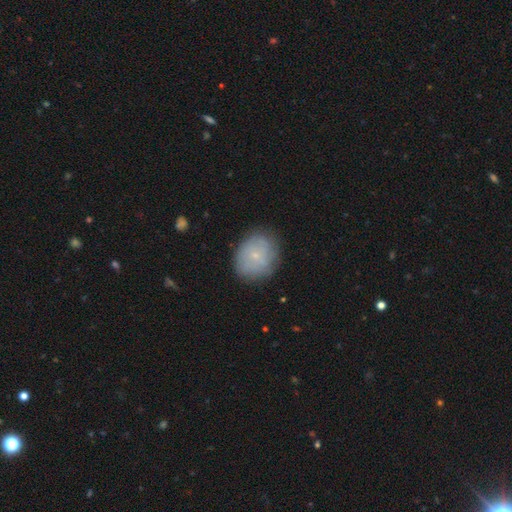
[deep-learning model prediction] A smooth galaxy with no disk features (58%) that is round (55%). Merging: none (76%).